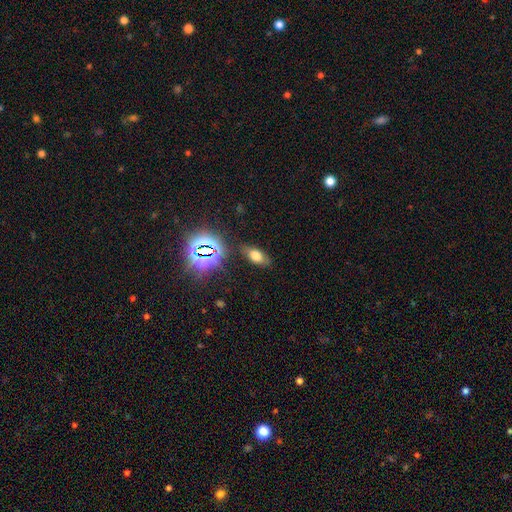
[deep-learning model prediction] This is likely a smooth galaxy (64%). How rounded: clearly in between (84%). Merging: clearly none (80%).